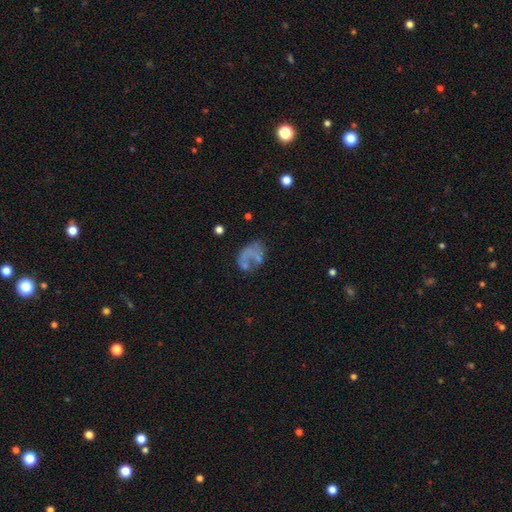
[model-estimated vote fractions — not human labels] Smooth or featured? Predicted: smooth (p=0.45). Merging? Predicted: major disturbance (p=0.34).